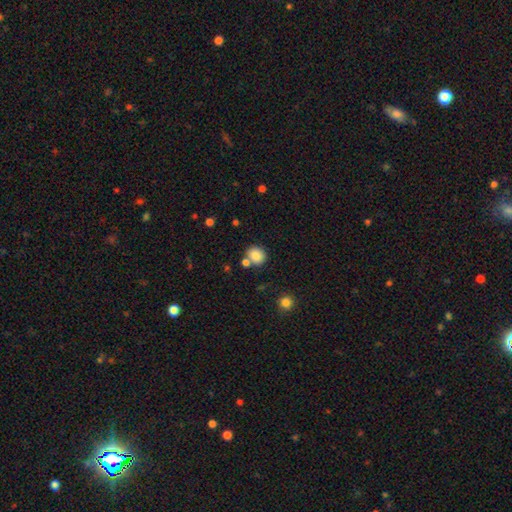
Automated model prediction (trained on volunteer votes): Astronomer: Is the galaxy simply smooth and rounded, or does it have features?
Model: smooth — 84%.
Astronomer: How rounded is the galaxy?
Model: round — 77%.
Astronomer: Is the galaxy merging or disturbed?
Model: none — 67%.